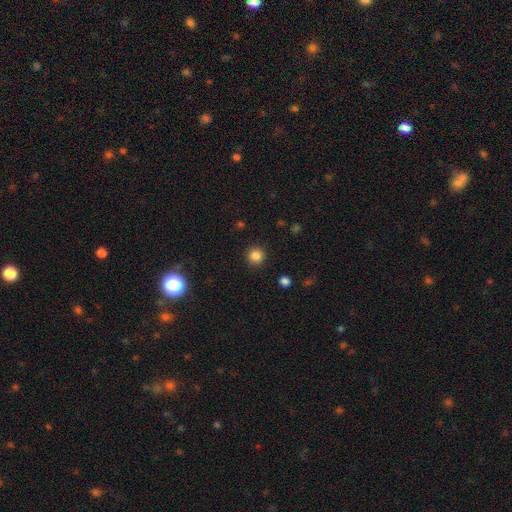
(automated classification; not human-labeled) smooth_or_featured: smooth (p=0.84) [alt: star or artifact p=0.12]
how_rounded: round (p=0.95) [alt: in between p=0.04]
merging: none (p=0.92) [alt: minor disturbance p=0.05]